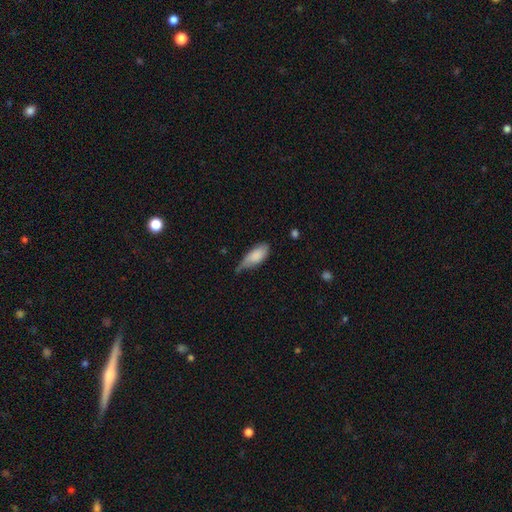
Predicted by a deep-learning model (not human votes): Smooth or featured?
  - smooth: 78% *
  - featured or disk: 16%
  - star or artifact: 6%
How rounded?
  - in between: 83% *
  - cigar-shaped: 15%
  - round: 2%
Merging?
  - minor disturbance: 51% *
  - none: 29%
  - major disturbance: 17%
  - merger: 3%